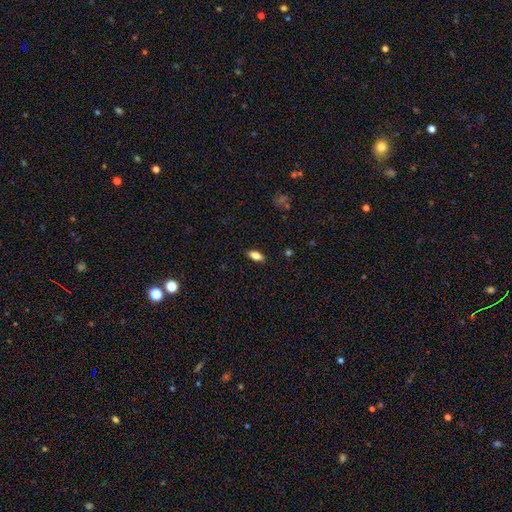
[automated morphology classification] smooth_or_featured: smooth (p=0.78) [alt: featured or disk p=0.13]
how_rounded: in between (p=0.86) [alt: cigar-shaped p=0.11]
merging: none (p=0.88) [alt: minor disturbance p=0.09]